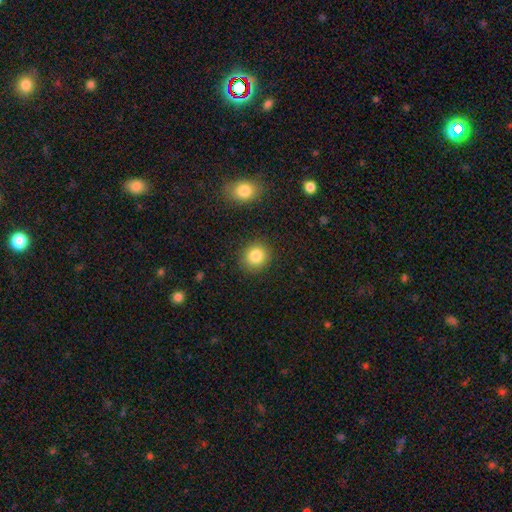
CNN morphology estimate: The model was most divided on "how rounded": round: 81%, in between: 18%, cigar-shaped: 1%. More confident: merging — none (87%); smooth or featured — smooth (84%).